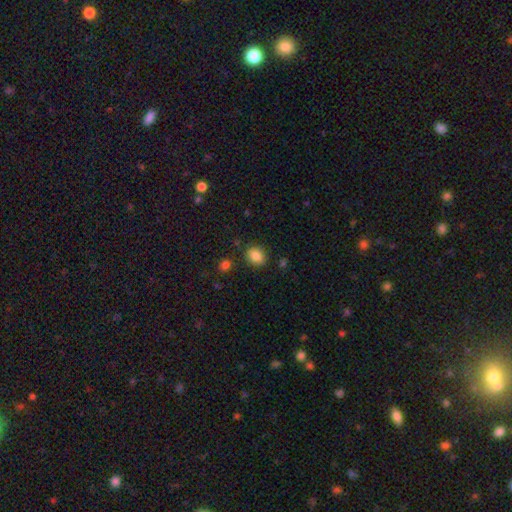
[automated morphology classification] smooth_or_featured: smooth (p=0.86) [alt: star or artifact p=0.10]
how_rounded: round (p=0.51) [alt: in between p=0.48]
merging: none (p=0.84) [alt: minor disturbance p=0.10]